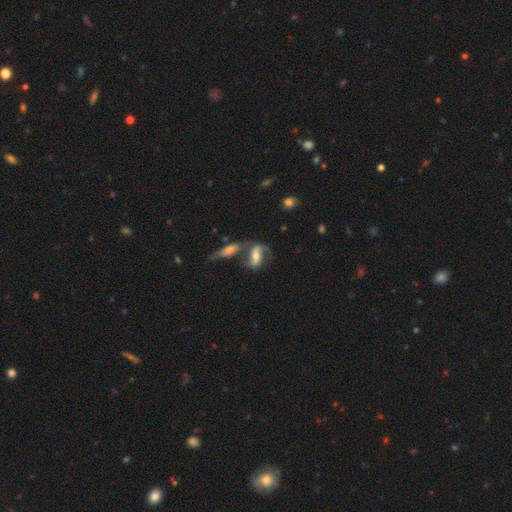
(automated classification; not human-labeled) A featured or disk galaxy (75%) with a strong bar (40%), 2 (81%) medium (45%) spiral arms (90%) and a moderate central bulge (59%).

Vote fractions:
- Smooth or featured? featured or disk: 75% / smooth: 18% / star or artifact: 7%
- Edge-on disk? no: 92% / yes: 8%
- Bar? strong: 40% / weak: 35% / no: 25%
- Spiral arms? yes: 90% / no: 10%
- Spiral winding? medium: 45% / loose: 36% / tight: 18%
- Spiral arm count? 2: 81% / 1: 9% / can't tell: 6% / 3: 1% / 4: 1% / more than 4: 1%
- Bulge size? moderate: 59% / small: 28% / large: 9% / none: 3% / dominant: 1%
- Merging? none: 40% / merger: 37% / minor disturbance: 12% / major disturbance: 10%